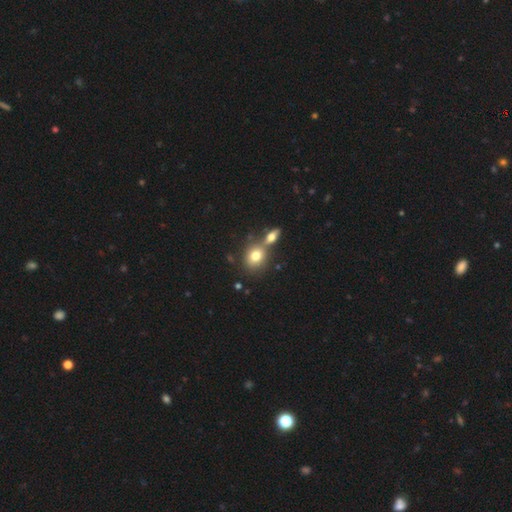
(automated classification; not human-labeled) Morphology: type=smooth (76%); roundness=round (59%); merging=none (49%).